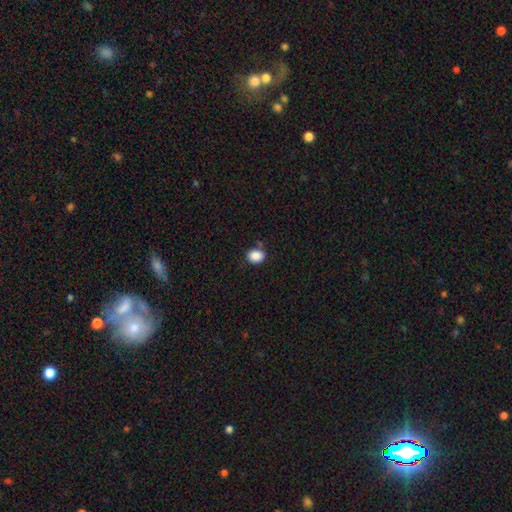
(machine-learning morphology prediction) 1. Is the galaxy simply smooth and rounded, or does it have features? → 88% smooth, 9% star or artifact, 3% featured or disk.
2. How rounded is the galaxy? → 51% in between, 48% round, 1% cigar-shaped.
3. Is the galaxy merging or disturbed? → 78% none, 14% minor disturbance, 5% merger, 3% major disturbance.